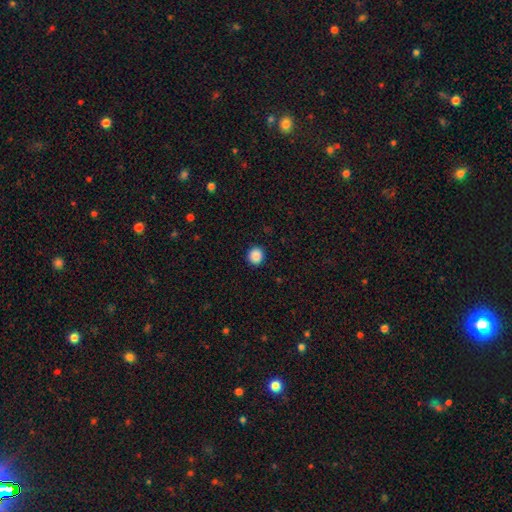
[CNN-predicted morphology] The model was most divided on "how rounded": round: 83%, in between: 17%, cigar-shaped: 1%. More confident: merging — none (91%); smooth or featured — smooth (89%).